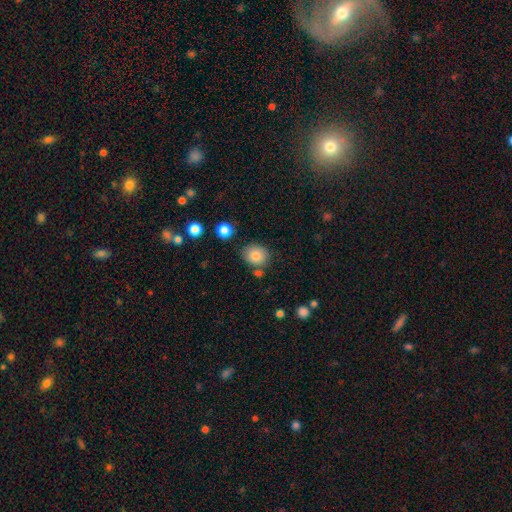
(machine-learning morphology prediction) This appears to be a smooth galaxy with no disk features (83%) that is round (68%). Merging: none (77%).